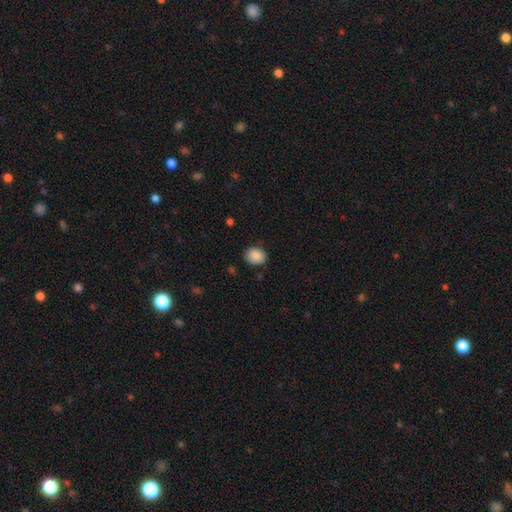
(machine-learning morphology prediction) smooth 88%, star or artifact 8%, featured or disk 4%. Down the decision tree: how rounded — round (51%); merging — none (83%).